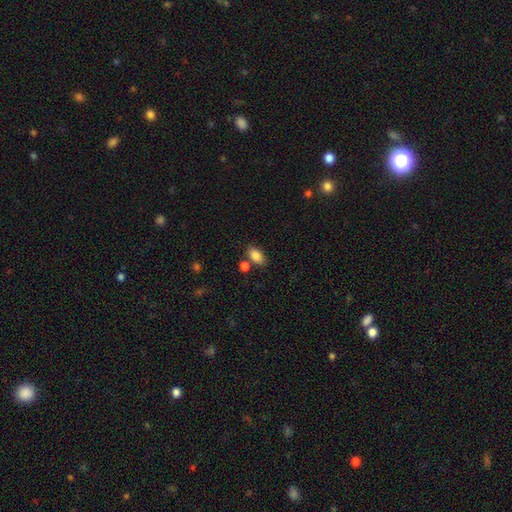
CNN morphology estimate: Q: Smooth or featured?
A: smooth (85%); runner-up: star or artifact (9%)
Q: How rounded?
A: in between (89%); runner-up: round (9%)
Q: Merging?
A: none (71%); runner-up: merger (14%)